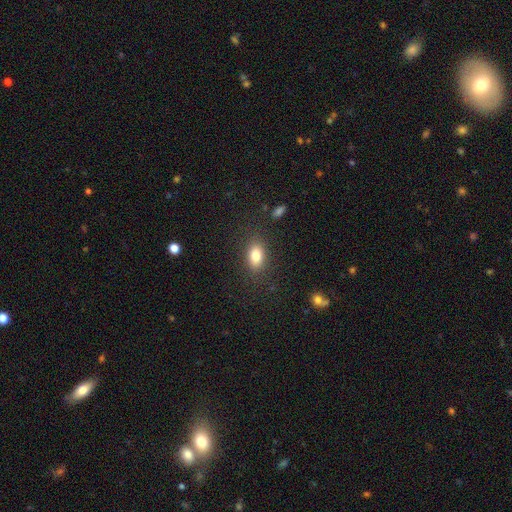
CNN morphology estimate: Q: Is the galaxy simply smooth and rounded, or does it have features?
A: smooth — 82%.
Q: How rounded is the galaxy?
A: in between — 85%.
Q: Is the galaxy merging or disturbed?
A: none — 85%.